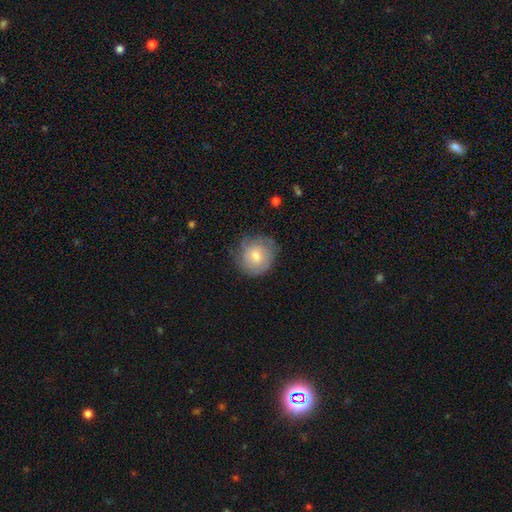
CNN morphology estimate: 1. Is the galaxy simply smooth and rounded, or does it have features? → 60% smooth, 31% featured or disk, 8% star or artifact.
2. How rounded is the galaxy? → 90% round, 9% in between, 1% cigar-shaped.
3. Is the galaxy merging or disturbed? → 73% none, 20% minor disturbance, 6% major disturbance, 1% merger.